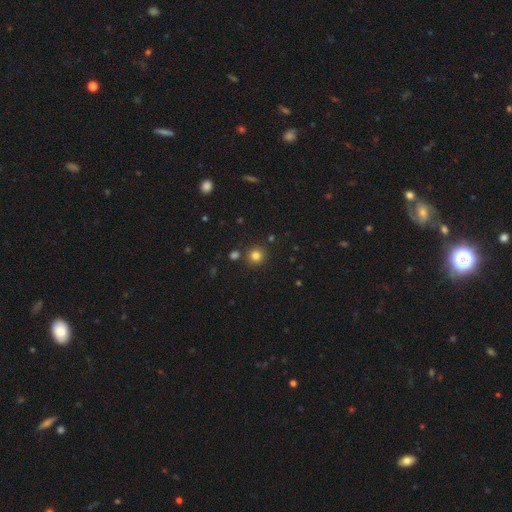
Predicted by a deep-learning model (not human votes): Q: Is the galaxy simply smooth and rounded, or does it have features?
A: smooth — 81%.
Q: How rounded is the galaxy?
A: round — 92%.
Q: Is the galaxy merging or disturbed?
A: none — 86%.